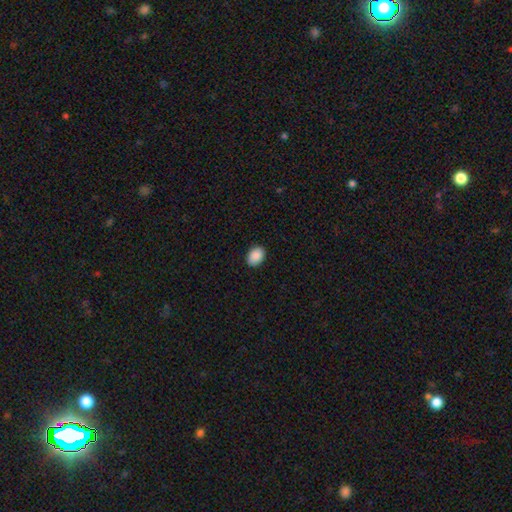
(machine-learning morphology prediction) This appears to be a smooth galaxy with no disk features (90%) that is in between round and cigar-shaped (77%). Merging: none (89%).